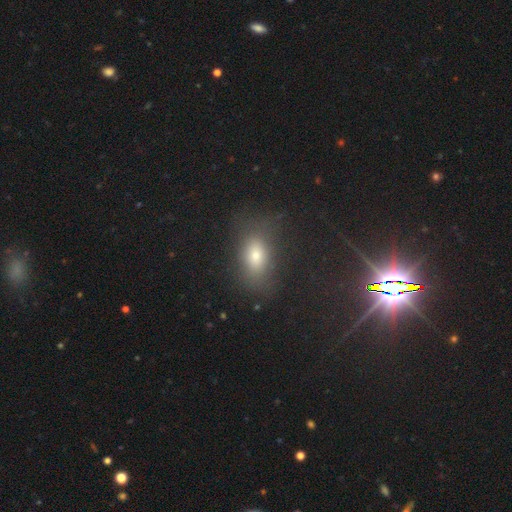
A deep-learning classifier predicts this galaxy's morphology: Smooth or featured: smooth — 71% (star or artifact — 15%)
How rounded: in between — 80% (round — 16%)
Merging: none — 69% (minor disturbance — 17%)